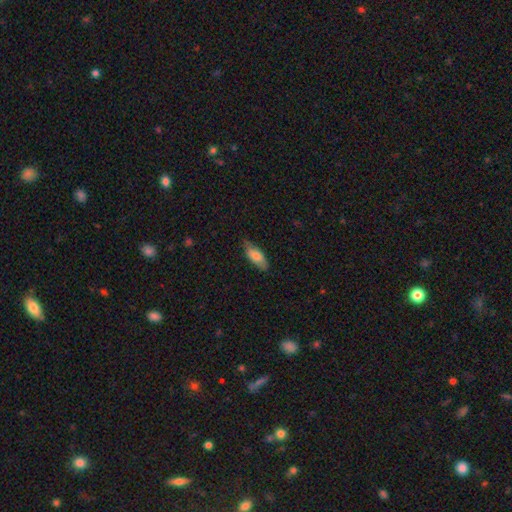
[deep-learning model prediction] The model was most divided on "how rounded": in between: 74%, cigar-shaped: 24%, round: 2%. More confident: smooth or featured — smooth (76%); merging — none (76%).